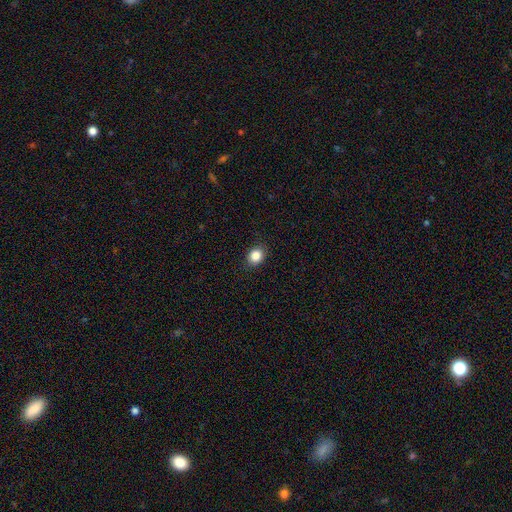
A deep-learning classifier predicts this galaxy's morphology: A smooth galaxy with no disk features (85%) that is round (55%). Merging: none (89%).